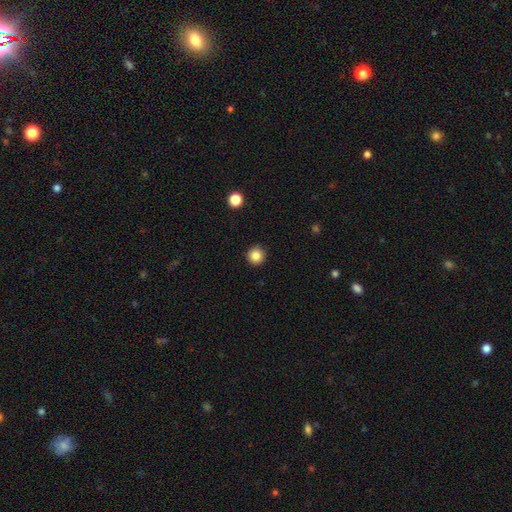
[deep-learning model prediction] Q: Smooth or featured?
A: smooth (85%); runner-up: star or artifact (10%)
Q: How rounded?
A: round (95%); runner-up: in between (4%)
Q: Merging?
A: none (92%); runner-up: minor disturbance (6%)